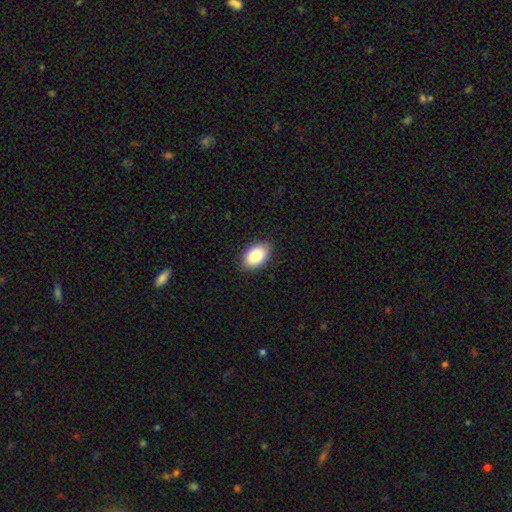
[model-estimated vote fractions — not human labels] Morphology: type=smooth (88%); roundness=in between (91%); merging=none (86%).